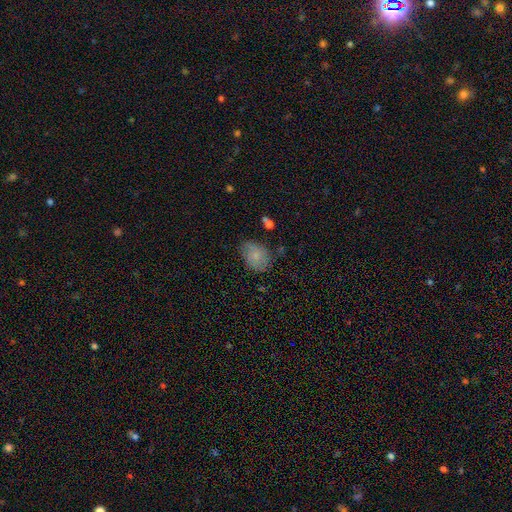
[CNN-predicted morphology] Smooth or featured? smooth (73%)
How rounded? in between (71%)
Merging? none (64%)